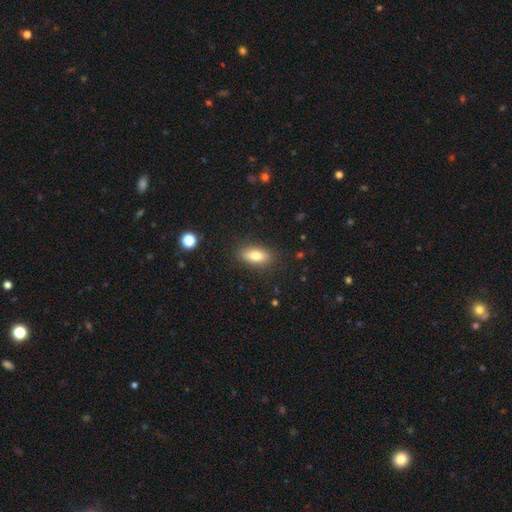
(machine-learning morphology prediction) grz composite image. It shows a smooth galaxy with no disk features (78%) that is in between round and cigar-shaped (80%). Merging: none (86%).